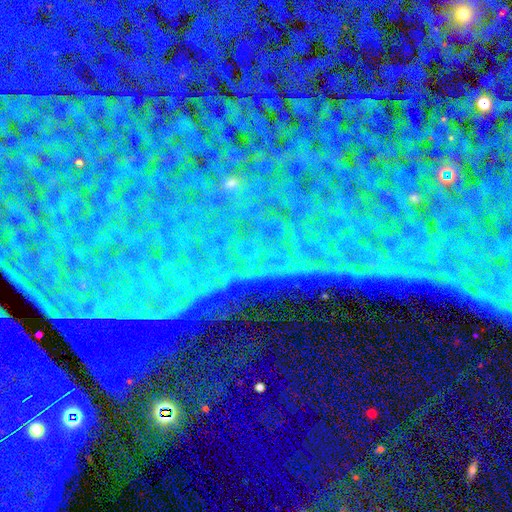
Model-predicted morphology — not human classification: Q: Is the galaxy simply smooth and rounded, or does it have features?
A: star or artifact — 87%.